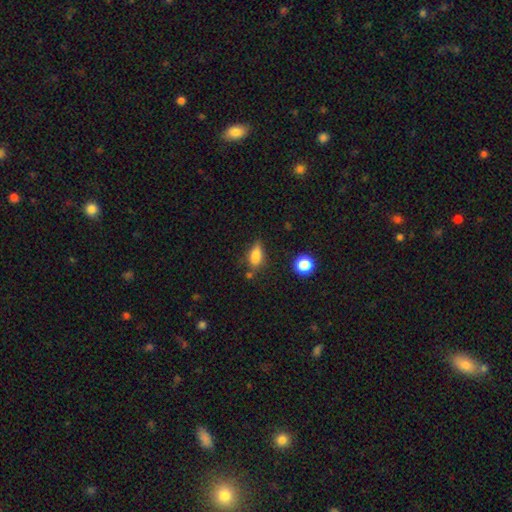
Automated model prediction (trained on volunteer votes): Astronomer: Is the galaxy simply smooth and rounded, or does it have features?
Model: smooth — 79%.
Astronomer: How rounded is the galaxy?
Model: in between — 78%.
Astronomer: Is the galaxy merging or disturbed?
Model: none — 57%.